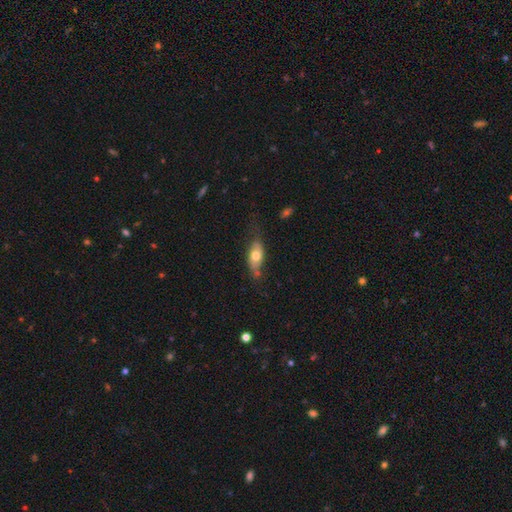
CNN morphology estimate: type=smooth (59%); roundness=in between (82%); merging=none (55%).